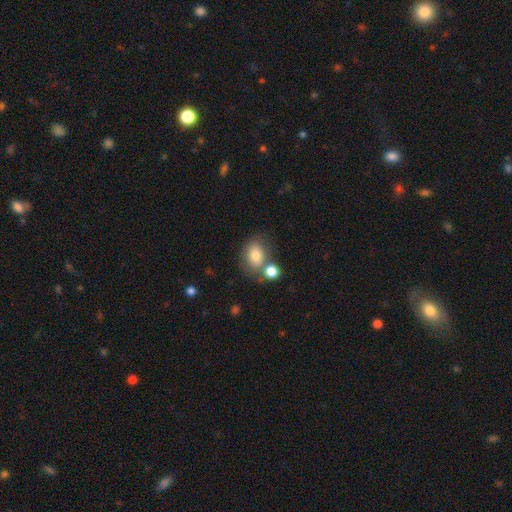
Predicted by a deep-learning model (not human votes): A smooth galaxy with no disk features (77%) that is in between round and cigar-shaped (67%).

Vote fractions:
- Smooth or featured? smooth: 77% / featured or disk: 14% / star or artifact: 9%
- How rounded? in between: 67% / round: 32% / cigar-shaped: 1%
- Merging? none: 52% / merger: 26% / minor disturbance: 15% / major disturbance: 7%